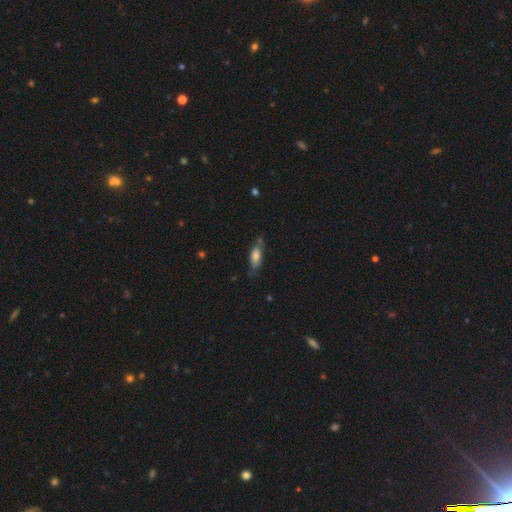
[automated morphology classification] This is likely a smooth galaxy (70%). How rounded: likely in between (66%). Merging: likely none (62%).